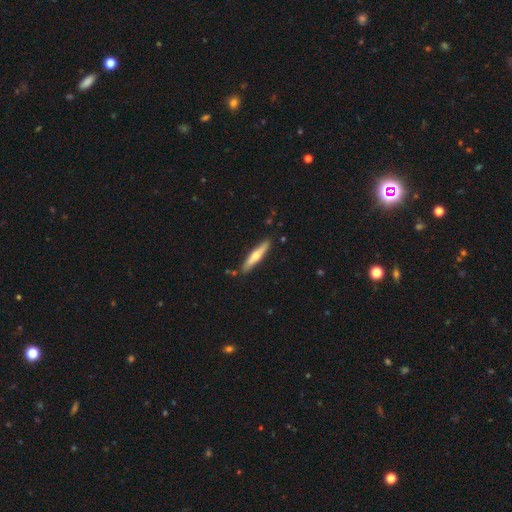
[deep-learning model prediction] Smooth or featured: smooth — 49% (featured or disk — 46%)
Merging: none — 86% (minor disturbance — 10%)